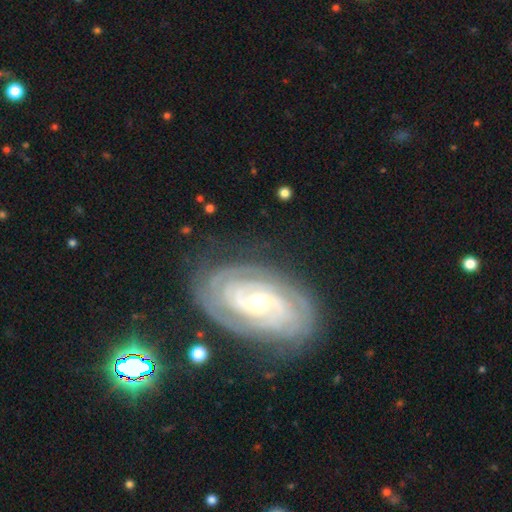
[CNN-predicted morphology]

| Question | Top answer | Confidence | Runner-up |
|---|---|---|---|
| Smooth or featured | featured or disk | 88% | star or artifact (7%) |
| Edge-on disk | no | 96% | yes (4%) |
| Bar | no | 54% | weak (30%) |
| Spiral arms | yes | 97% | no (3%) |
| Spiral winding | tight | 80% | medium (17%) |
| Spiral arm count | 2 | 43% | can't tell (22%) |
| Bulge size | small | 49% | moderate (47%) |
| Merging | none | 79% | minor disturbance (14%) |